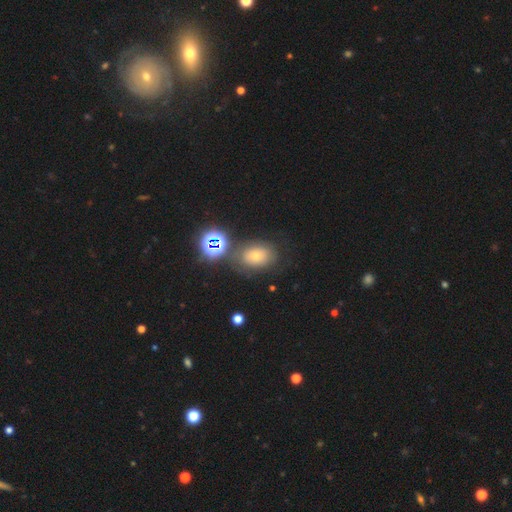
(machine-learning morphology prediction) Q: Smooth or featured?
A: smooth (48%); runner-up: star or artifact (32%)
Q: Merging?
A: none (72%); runner-up: minor disturbance (15%)